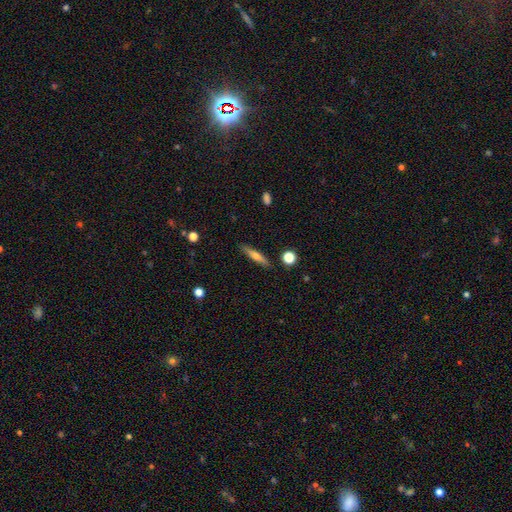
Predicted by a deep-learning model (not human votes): This is possibly a smooth galaxy (55%). How rounded: clearly cigar-shaped (84%). Merging: clearly none (88%).